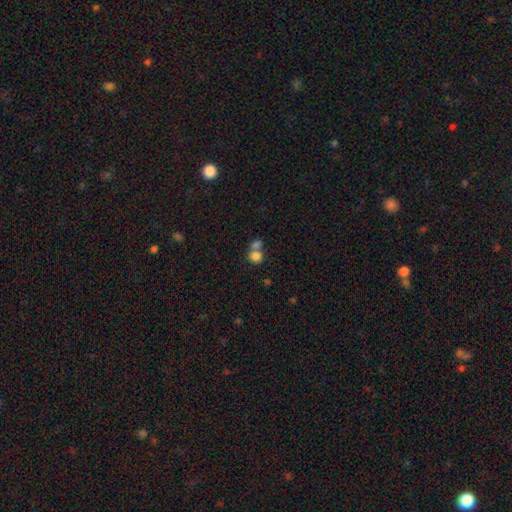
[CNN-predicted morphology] type=smooth (77%); roundness=round (77%); merging=merger (47%).